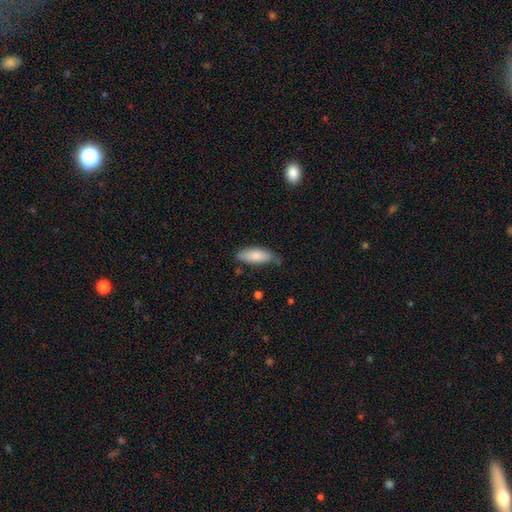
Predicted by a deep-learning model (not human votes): This appears to be a smooth galaxy with no disk features (84%) that is in between round and cigar-shaped (77%). Merging: none (57%).